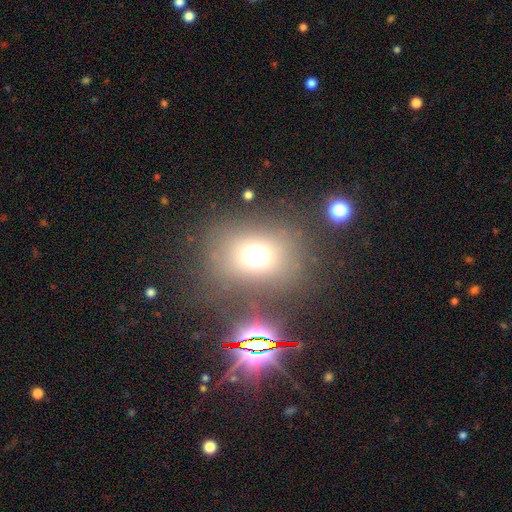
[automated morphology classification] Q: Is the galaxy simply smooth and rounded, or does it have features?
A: smooth — 65%.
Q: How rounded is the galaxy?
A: round — 58%.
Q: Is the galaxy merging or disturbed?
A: none — 68%.